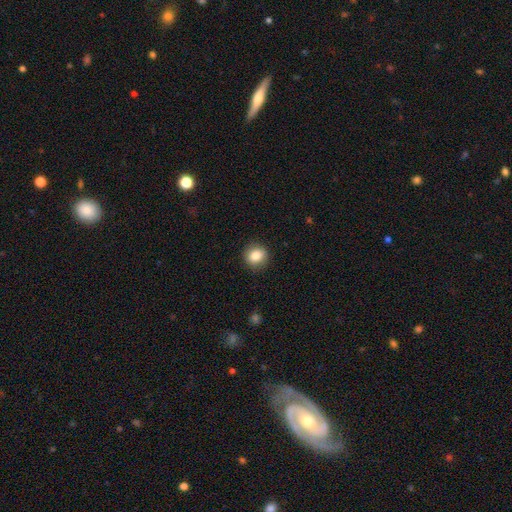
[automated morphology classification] Overall: smooth (84%). How rounded: round (82%). Merging: none (89%).